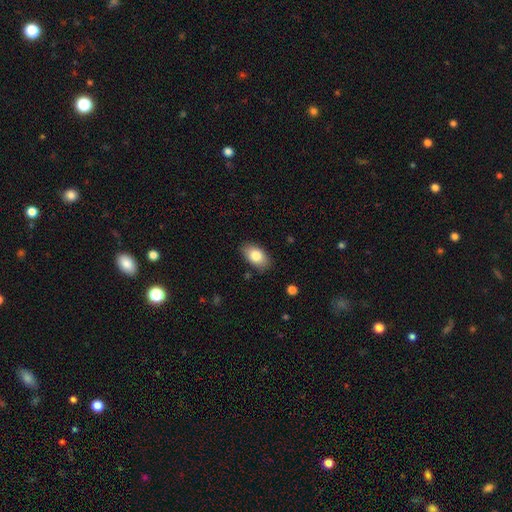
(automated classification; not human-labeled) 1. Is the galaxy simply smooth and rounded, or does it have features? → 82% smooth, 11% featured or disk, 7% star or artifact.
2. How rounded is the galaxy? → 91% in between, 7% round, 2% cigar-shaped.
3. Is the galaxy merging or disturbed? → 84% none, 12% minor disturbance, 3% major disturbance, 1% merger.